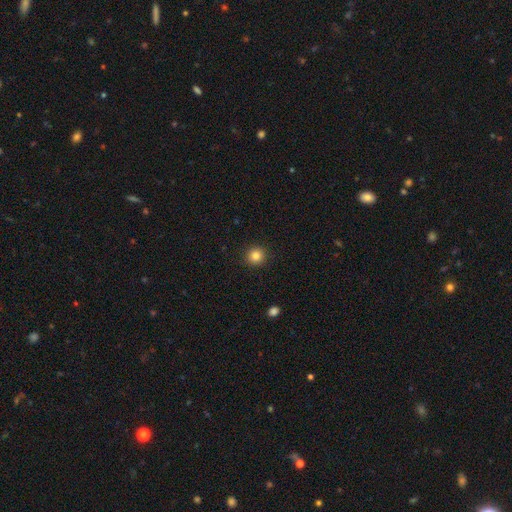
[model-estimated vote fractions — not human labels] A smooth galaxy with no disk features (84%) that is round (94%).

Vote fractions:
- Smooth or featured? smooth: 84% / star or artifact: 11% / featured or disk: 5%
- How rounded? round: 94% / in between: 5% / cigar-shaped: 1%
- Merging? none: 92% / minor disturbance: 5% / major disturbance: 2% / merger: 1%